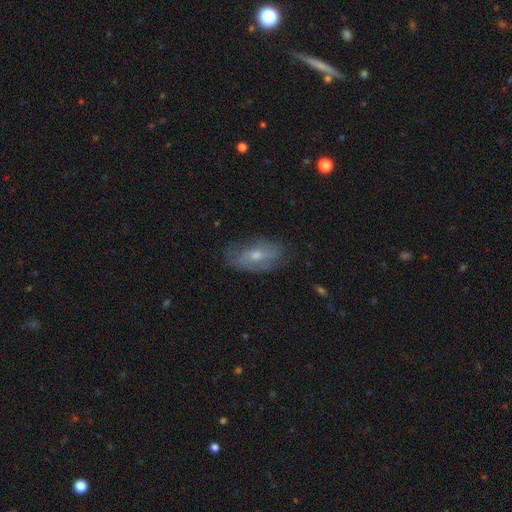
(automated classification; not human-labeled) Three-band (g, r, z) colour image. It shows a featured or disk galaxy (55%). Merging: none (68%).